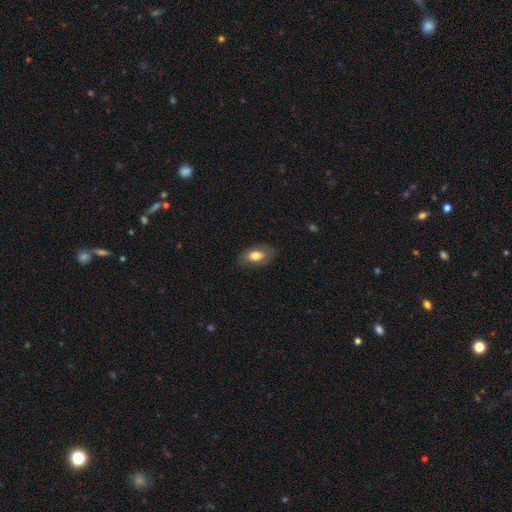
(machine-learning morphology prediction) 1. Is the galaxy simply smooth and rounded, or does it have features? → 70% smooth, 23% featured or disk, 7% star or artifact.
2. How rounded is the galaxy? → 90% in between, 6% round, 4% cigar-shaped.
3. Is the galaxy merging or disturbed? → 79% none, 16% minor disturbance, 5% major disturbance, 1% merger.